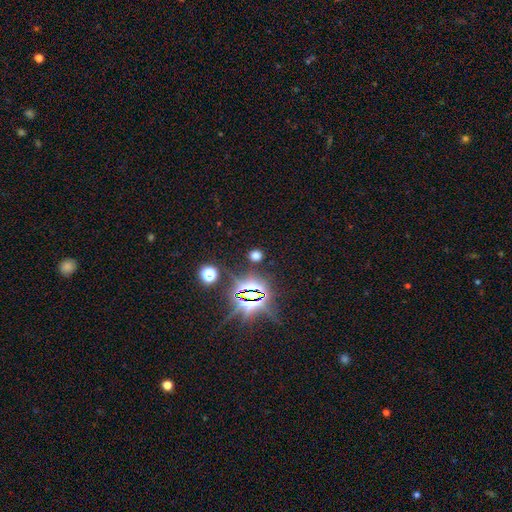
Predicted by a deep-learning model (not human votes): Smooth or featured? Predicted: smooth (p=0.51). How rounded? Predicted: round (p=0.78). Merging? Predicted: none (p=0.86).